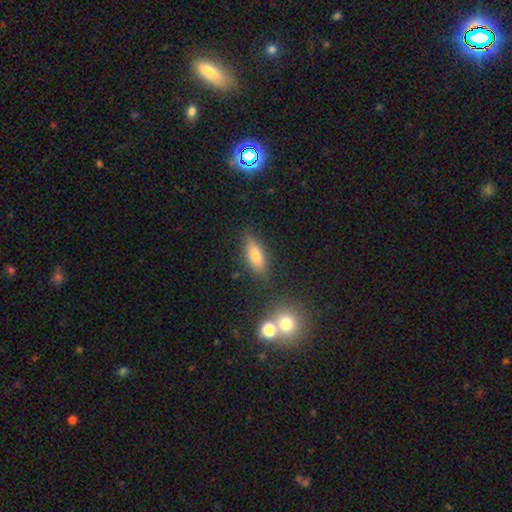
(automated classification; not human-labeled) The model was most divided on "how rounded": in between: 69%, cigar-shaped: 26%, round: 5%. More confident: merging — none (78%); smooth or featured — smooth (68%).